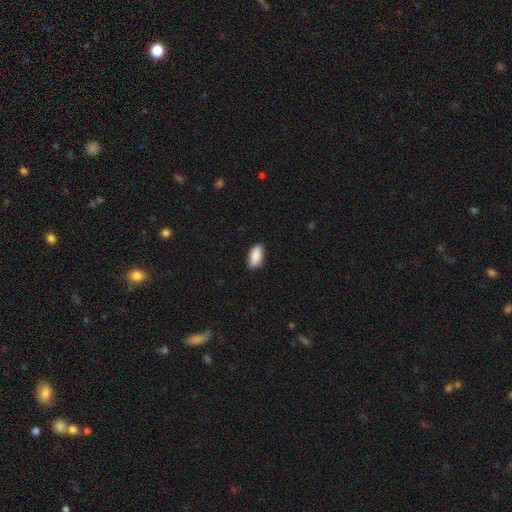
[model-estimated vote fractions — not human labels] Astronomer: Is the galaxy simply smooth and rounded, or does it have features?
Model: smooth — 89%.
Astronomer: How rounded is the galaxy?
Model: in between — 89%.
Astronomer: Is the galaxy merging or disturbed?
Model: none — 84%.